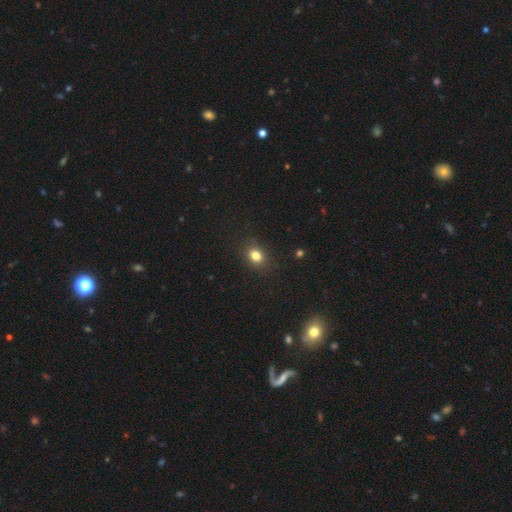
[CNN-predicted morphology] A smooth galaxy with no disk features (81%) that is round (53%). Merging: none (87%).